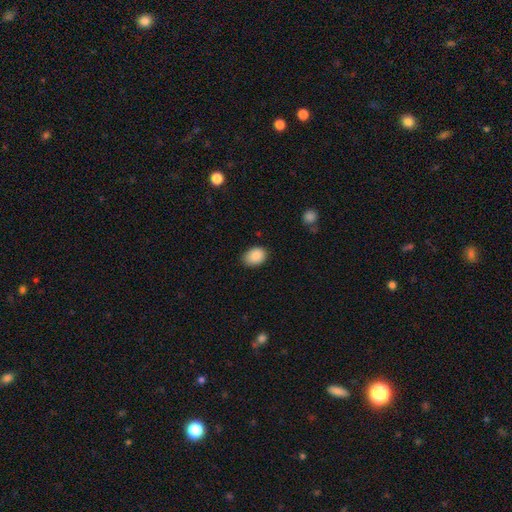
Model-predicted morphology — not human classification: Overall: smooth (89%). How rounded: in between (73%). Merging: none (79%).